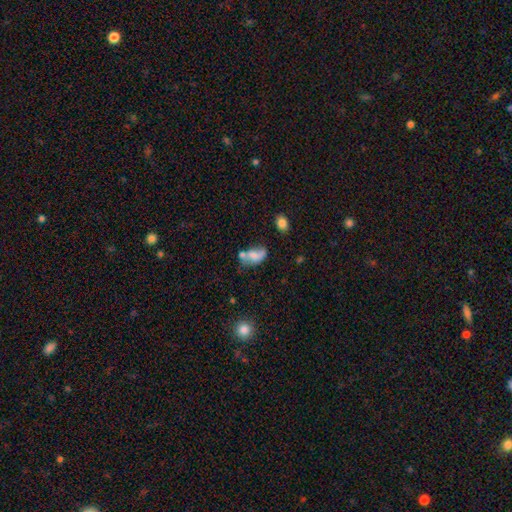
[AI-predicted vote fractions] Smooth or featured? Predicted: smooth (p=0.54). How rounded? Predicted: in between (p=0.86). Merging? Predicted: none (p=0.34).